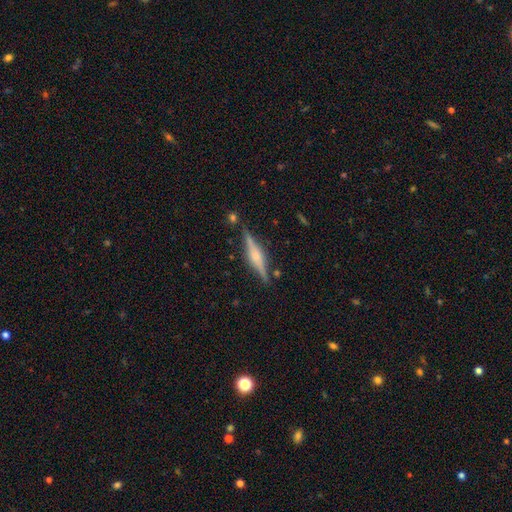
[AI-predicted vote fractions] smooth-or-featured: featured or disk: 76% | smooth: 17% | star or artifact: 7%
  disk-edge-on: yes: 98% | no: 2%
    edge-on-bulge: rounded: 74% | boxy: 21% | none: 5%
  merging: none: 85% | minor disturbance: 10% | merger: 3% | major disturbance: 2%